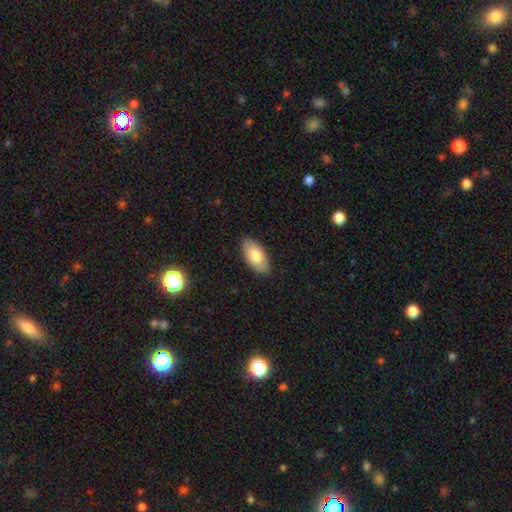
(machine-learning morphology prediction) A smooth galaxy with no disk features (75%) that is in between round and cigar-shaped (94%).

Vote fractions:
- Smooth or featured? smooth: 75% / featured or disk: 18% / star or artifact: 6%
- How rounded? in between: 94% / cigar-shaped: 4% / round: 3%
- Merging? none: 86% / minor disturbance: 11% / major disturbance: 2% / merger: 1%